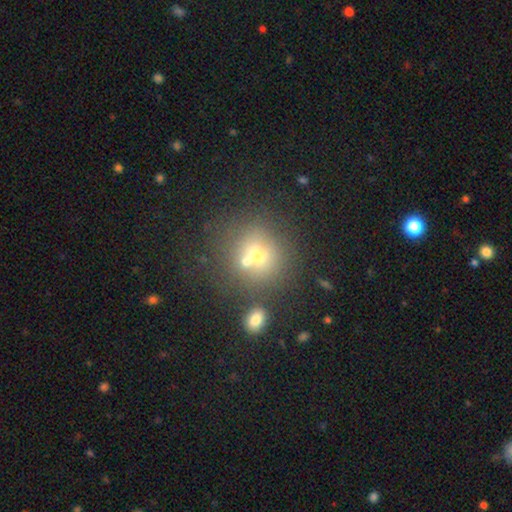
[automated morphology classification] Overall: smooth (63%). How rounded: round (85%). Merging: none (54%; merger 32%).